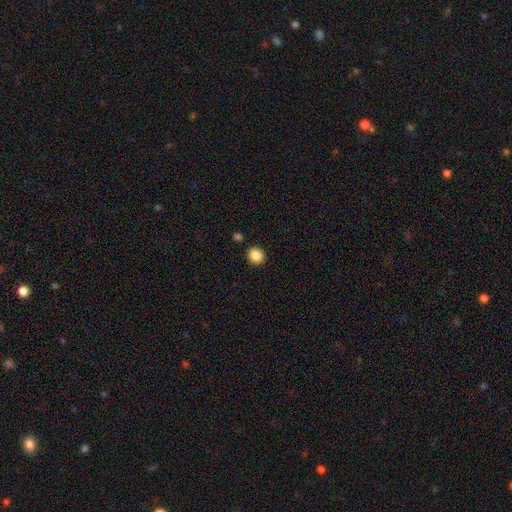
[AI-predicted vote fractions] This is clearly a smooth galaxy (87%). How rounded: likely round (77%). Merging: clearly none (88%).